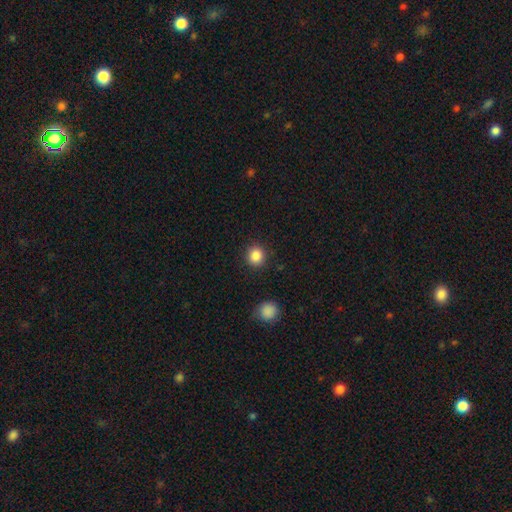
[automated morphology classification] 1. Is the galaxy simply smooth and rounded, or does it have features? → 86% smooth, 10% star or artifact, 4% featured or disk.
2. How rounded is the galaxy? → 90% round, 9% in between, 1% cigar-shaped.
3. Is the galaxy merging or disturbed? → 90% none, 6% minor disturbance, 2% major disturbance, 2% merger.